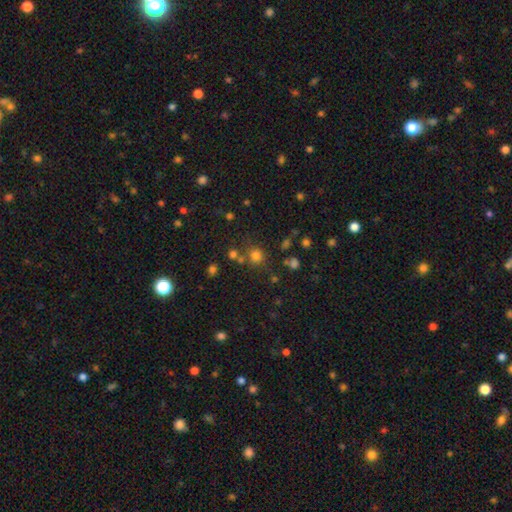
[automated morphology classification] type=smooth (73%); roundness=round (88%); merging=none (71%).